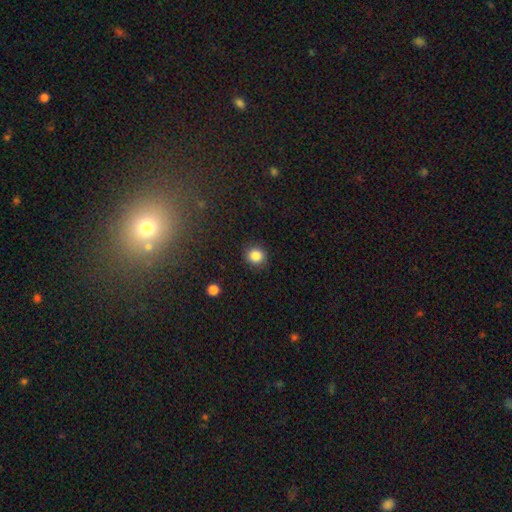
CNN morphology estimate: Smooth or featured: smooth — 85% (star or artifact — 11%)
How rounded: round — 87% (in between — 12%)
Merging: none — 90% (minor disturbance — 7%)